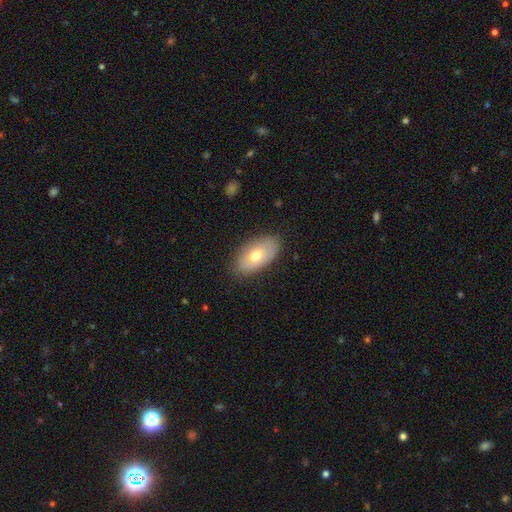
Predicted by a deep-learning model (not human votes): Morphology: type=smooth (64%); roundness=in between (93%); merging=none (81%).